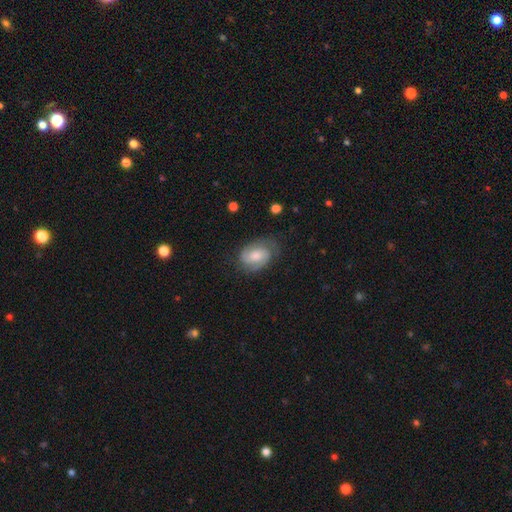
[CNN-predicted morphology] This is likely a featured or disk galaxy (70%). It is clearly not viewed edge-on (97%). Bar: possibly no (54%). Spiral arm pattern: clearly yes (94%). Spiral arm count: clearly 2 (83%). Spiral winding: marginally medium (44%). Central bulge: possibly moderate (45%). Merging: likely none (69%).